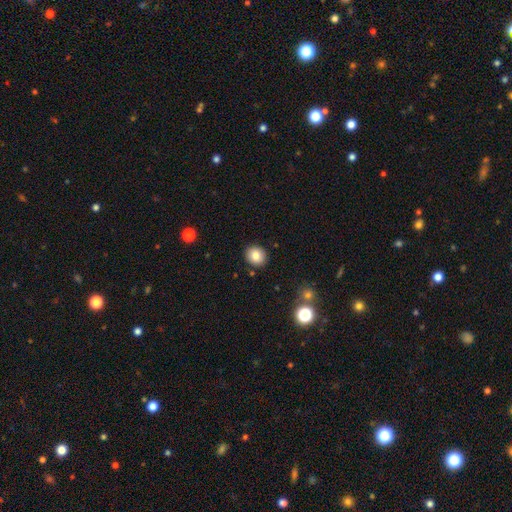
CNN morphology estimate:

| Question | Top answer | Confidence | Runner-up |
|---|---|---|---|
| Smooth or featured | smooth | 82% | star or artifact (10%) |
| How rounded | round | 76% | in between (23%) |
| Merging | none | 89% | minor disturbance (7%) |